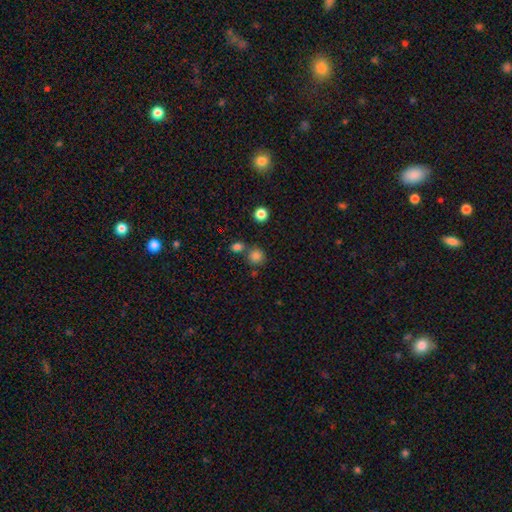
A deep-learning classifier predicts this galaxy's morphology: smooth 81%, star or artifact 14%, featured or disk 5%. Down the decision tree: how rounded — round (89%); merging — none (70%).